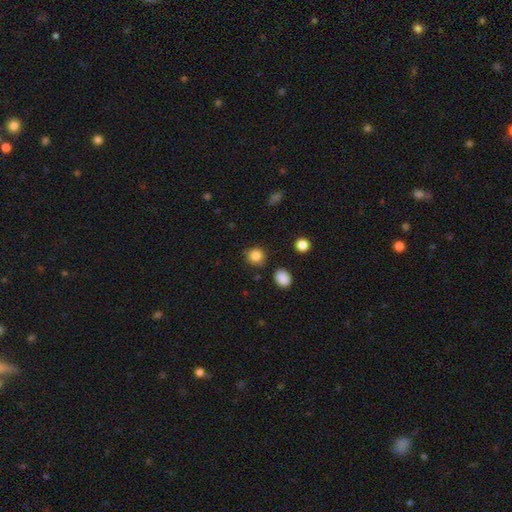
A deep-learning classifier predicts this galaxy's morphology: A smooth galaxy with no disk features (85%) that is round (89%).

Vote fractions:
- Smooth or featured? smooth: 85% / star or artifact: 11% / featured or disk: 4%
- How rounded? round: 89% / in between: 10% / cigar-shaped: 1%
- Merging? none: 83% / minor disturbance: 10% / merger: 4% / major disturbance: 3%